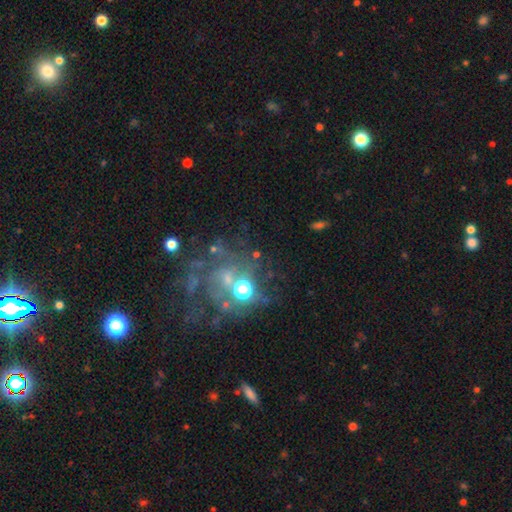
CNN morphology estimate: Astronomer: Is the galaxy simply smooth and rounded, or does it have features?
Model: featured or disk — 40% (runner-up: star or artifact, 36%).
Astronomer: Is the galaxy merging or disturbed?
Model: none — 54%.